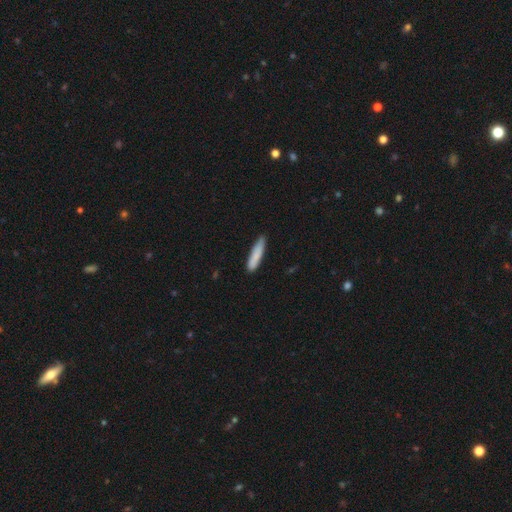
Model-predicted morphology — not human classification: type=smooth (84%); roundness=cigar-shaped (86%); merging=none (83%).